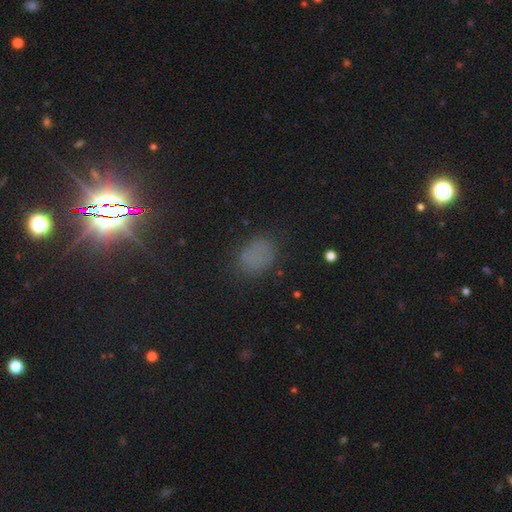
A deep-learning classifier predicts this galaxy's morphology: Q: Smooth or featured?
A: smooth (66%); runner-up: star or artifact (26%)
Q: How rounded?
A: in between (66%); runner-up: round (33%)
Q: Merging?
A: none (77%); runner-up: minor disturbance (15%)